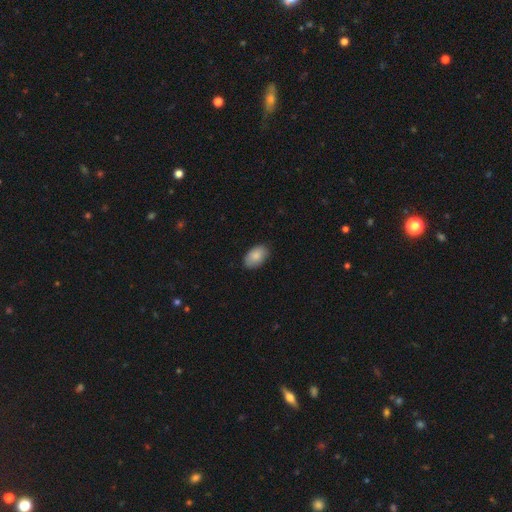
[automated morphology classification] A smooth galaxy with no disk features (87%) that is in between round and cigar-shaped (93%).

Vote fractions:
- Smooth or featured? smooth: 87% / featured or disk: 7% / star or artifact: 6%
- How rounded? in between: 93% / round: 6% / cigar-shaped: 1%
- Merging? none: 85% / minor disturbance: 12% / major disturbance: 2% / merger: 1%